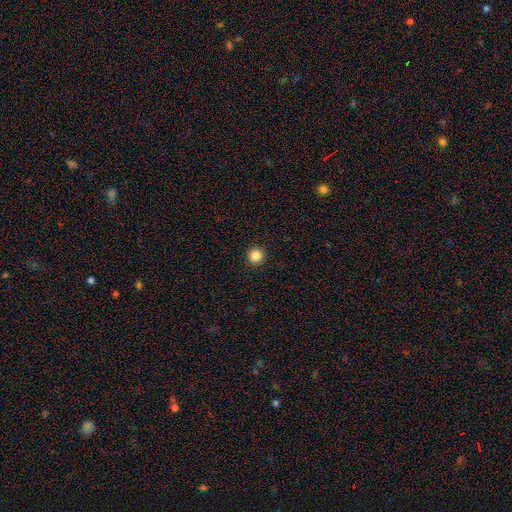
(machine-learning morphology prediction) The model was most divided on "smooth or featured": smooth: 86%, star or artifact: 11%, featured or disk: 3%. More confident: how rounded — round (96%); merging — none (94%).